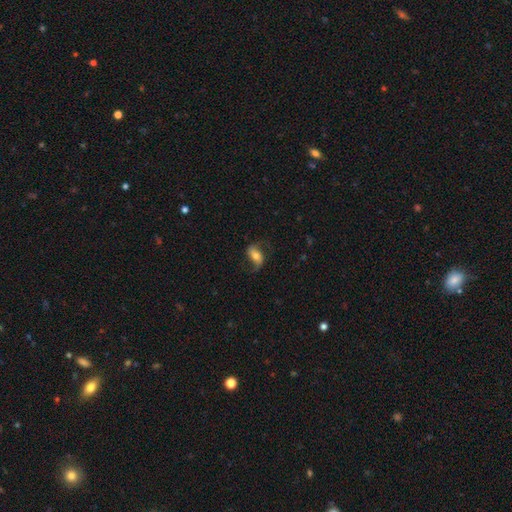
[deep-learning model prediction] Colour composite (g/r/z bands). It shows a featured or disk galaxy (58%) with no bar (37%), spiral arms (88%) and a moderate central bulge (57%). Merging: none (68%).